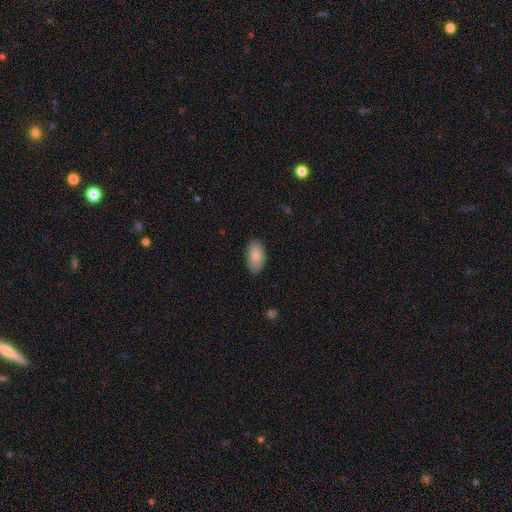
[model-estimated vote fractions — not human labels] Smooth or featured? smooth (85%)
How rounded? in between (94%)
Merging? none (83%)